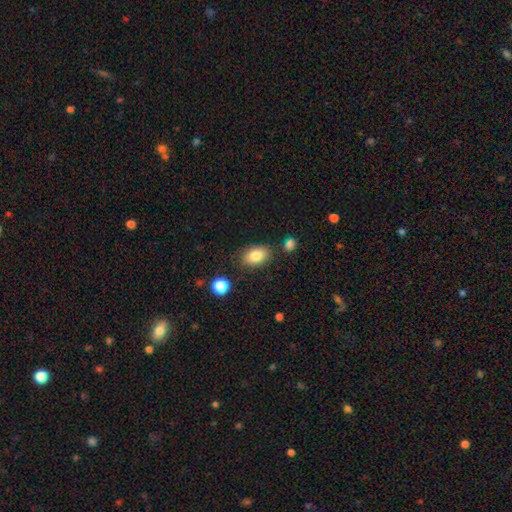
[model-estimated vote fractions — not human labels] This is clearly a smooth galaxy (83%). How rounded: clearly in between (84%). Merging: likely none (79%).